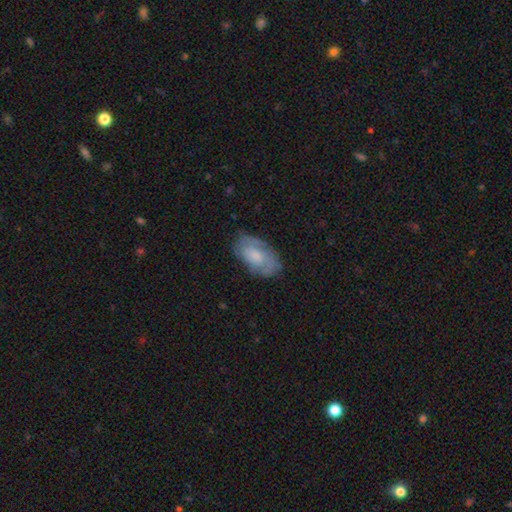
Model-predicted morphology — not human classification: smooth 51%, featured or disk 42%, star or artifact 7%. Down the decision tree: how rounded — in between (93%); merging — none (70%).